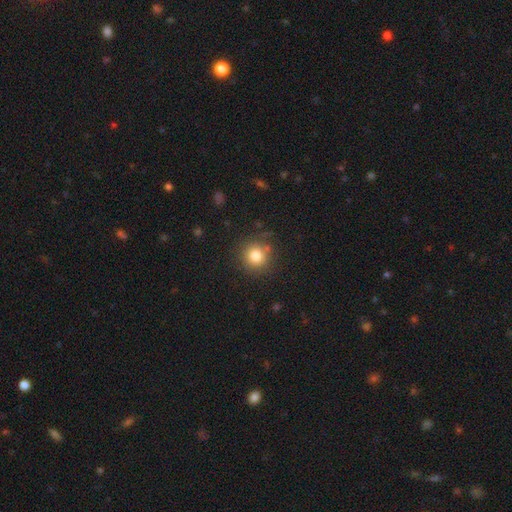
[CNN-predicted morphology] type=smooth (81%); roundness=round (93%); merging=none (83%).